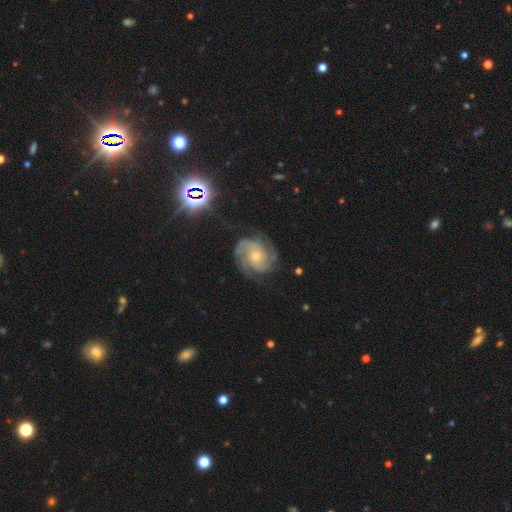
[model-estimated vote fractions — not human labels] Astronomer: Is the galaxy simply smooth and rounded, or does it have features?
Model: featured or disk — 87%.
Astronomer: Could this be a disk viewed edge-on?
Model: no — 98%.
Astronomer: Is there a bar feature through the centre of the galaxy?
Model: no — 72%.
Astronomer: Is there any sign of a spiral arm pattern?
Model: yes — 97%.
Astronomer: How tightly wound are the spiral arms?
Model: tight — 52% (runner-up: medium, 40%).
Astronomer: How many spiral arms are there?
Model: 2 — 38% (runner-up: 3, 31%).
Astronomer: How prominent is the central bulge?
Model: small — 55% (runner-up: moderate, 40%).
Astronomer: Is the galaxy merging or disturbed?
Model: none — 74%.